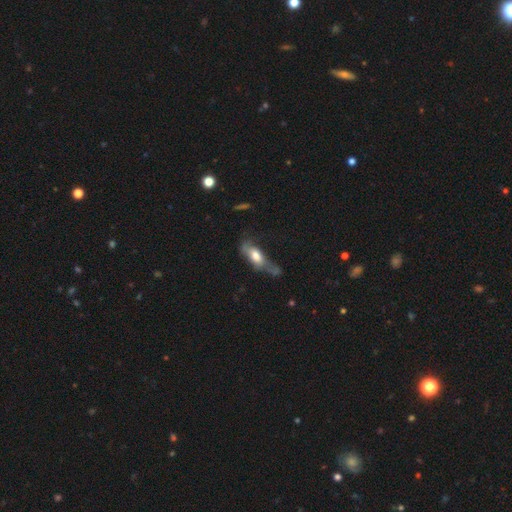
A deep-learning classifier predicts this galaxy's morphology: The model was most divided on "merging": major disturbance: 36%, none: 28%, minor disturbance: 27%, merger: 9%. More confident: how rounded — in between (69%); smooth or featured — smooth (54%).